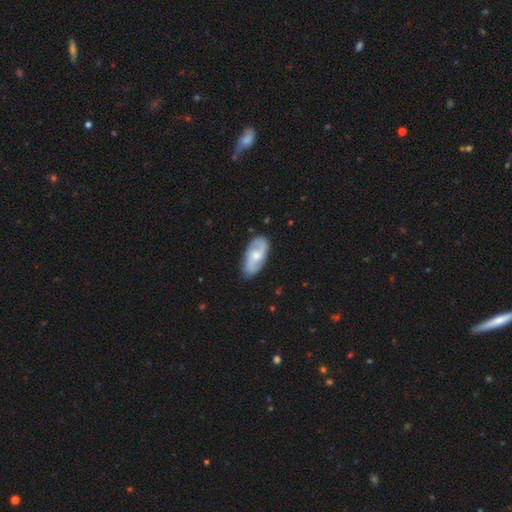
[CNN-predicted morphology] Smooth or featured: featured or disk — 65% (smooth — 30%)
Edge-on disk: no — 94% (yes — 6%)
Bar: no — 53% (weak — 39%)
Spiral arms: yes — 90% (no — 10%)
Spiral winding: medium — 41% (loose — 39%)
Spiral arm count: 2 — 85% (can't tell — 9%)
Bulge size: moderate — 51% (small — 42%)
Merging: none — 81% (minor disturbance — 15%)